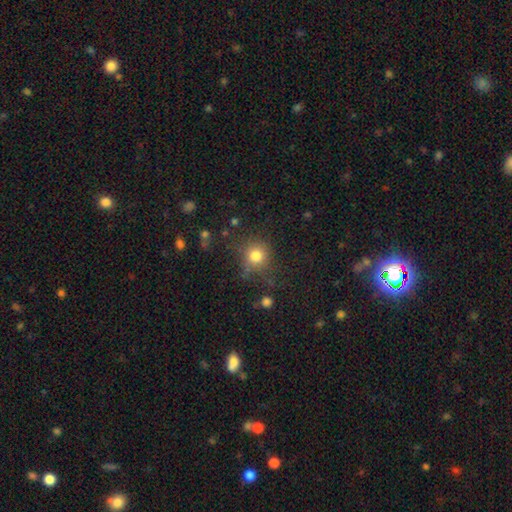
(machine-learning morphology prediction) smooth 78%, star or artifact 14%, featured or disk 7%. Down the decision tree: how rounded — round (90%); merging — none (73%).